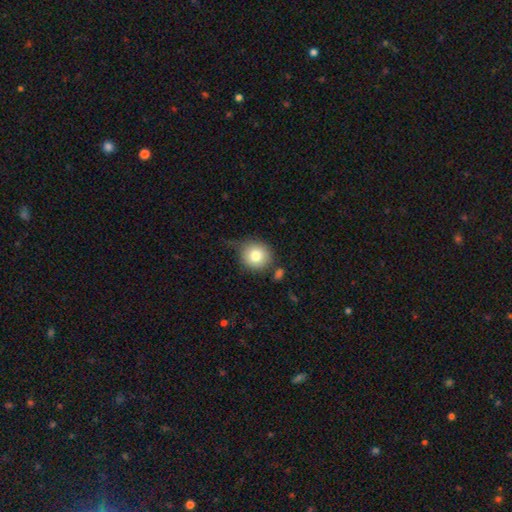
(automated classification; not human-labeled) A smooth galaxy with no disk features (79%) that is round (91%).

Vote fractions:
- Smooth or featured? smooth: 79% / featured or disk: 11% / star or artifact: 10%
- How rounded? round: 91% / in between: 8% / cigar-shaped: 1%
- Merging? none: 68% / minor disturbance: 20% / major disturbance: 7% / merger: 6%